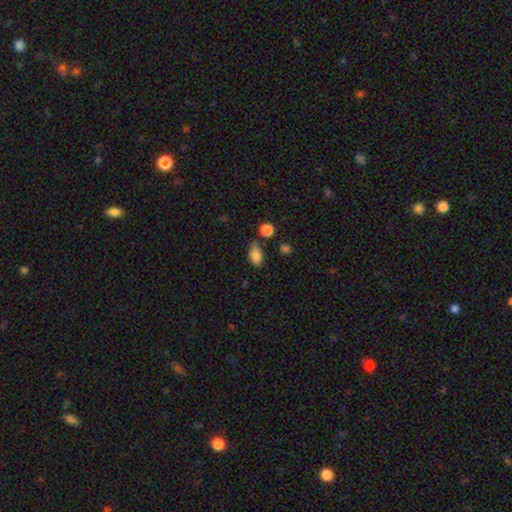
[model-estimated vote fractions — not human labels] Morphology: type=smooth (85%); roundness=in between (87%); merging=none (65%).